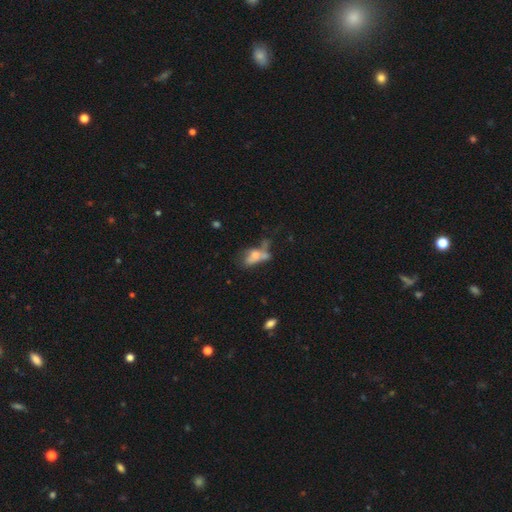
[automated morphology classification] smooth-or-featured: smooth: 56% | featured or disk: 32% | star or artifact: 12%
  how-rounded: in between: 77% | cigar-shaped: 13% | round: 10%
  merging: merger: 35% | none: 24% | major disturbance: 23% | minor disturbance: 18%